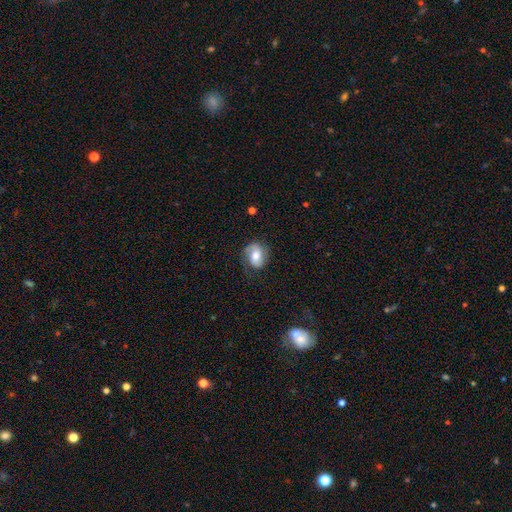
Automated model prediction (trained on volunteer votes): This appears to be a smooth galaxy with no disk features (48%). Merging: none (66%).